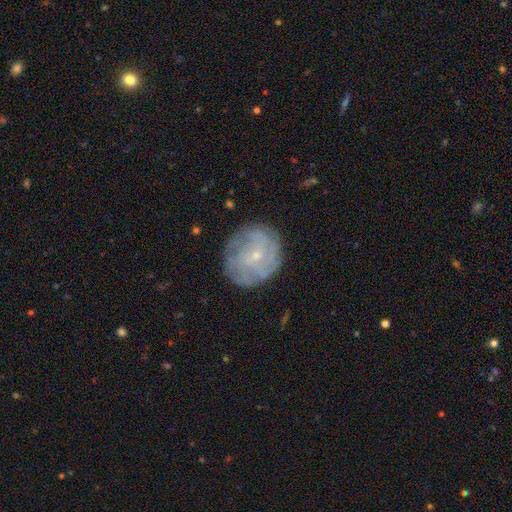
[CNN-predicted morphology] Overall: featured or disk (59%; smooth 31%). Edge-on disk: no (97%). Bar: no (76%). Spiral arms: yes (73%). Bulge size: small (82%). Merging: none (80%).